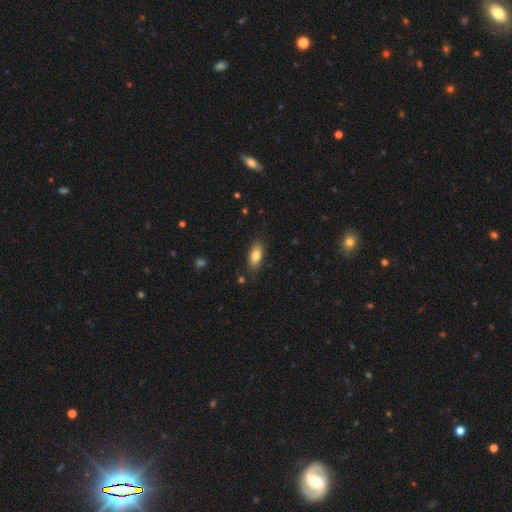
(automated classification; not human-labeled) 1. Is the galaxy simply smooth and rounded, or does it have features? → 79% smooth, 13% featured or disk, 7% star or artifact.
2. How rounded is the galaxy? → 82% in between, 15% cigar-shaped, 4% round.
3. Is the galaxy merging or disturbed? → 85% none, 11% minor disturbance, 2% major disturbance, 1% merger.